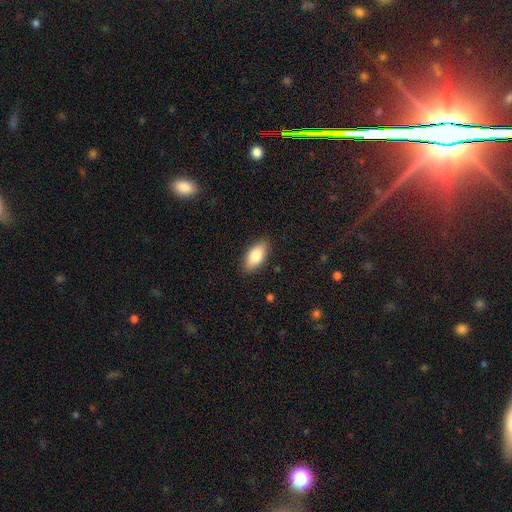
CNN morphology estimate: smooth 83%, featured or disk 11%, star or artifact 6%. Down the decision tree: how rounded — in between (89%); merging — none (86%).